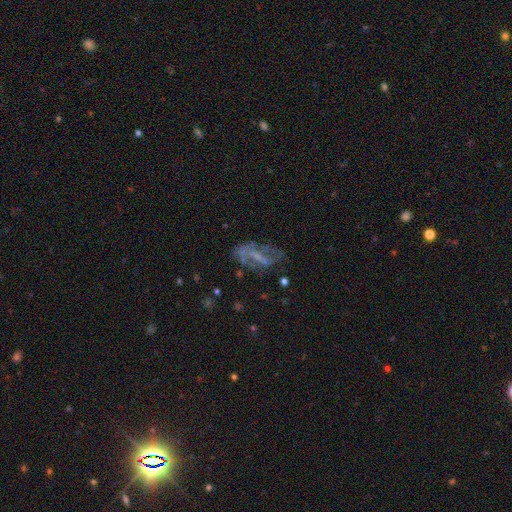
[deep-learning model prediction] This is possibly a featured or disk galaxy (60%). It is clearly not viewed edge-on (88%). Bar: marginally no (35%). Spiral arm pattern: possibly no (53%). Central bulge: possibly none (60%). Merging: possibly none (48%).